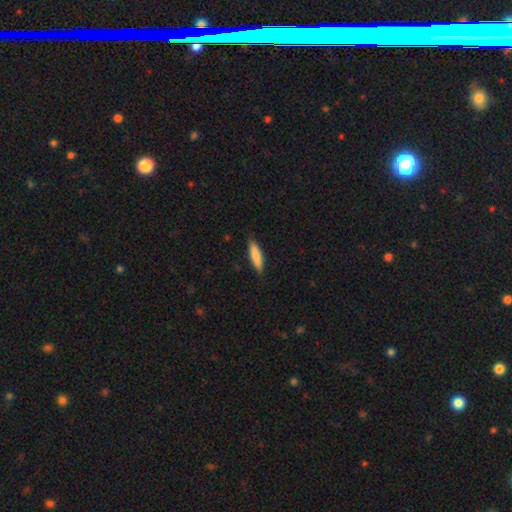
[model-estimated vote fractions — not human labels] The model was most divided on "how rounded": cigar-shaped: 73%, in between: 26%, round: 1%. More confident: merging — none (86%); smooth or featured — smooth (83%).